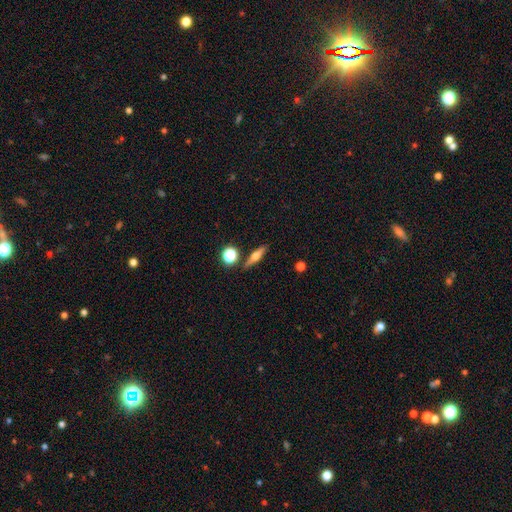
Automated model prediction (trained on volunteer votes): Smooth or featured: featured or disk — 53% (smooth — 39%)
Edge-on disk: yes — 93% (no — 7%)
Merging: none — 84% (minor disturbance — 9%)